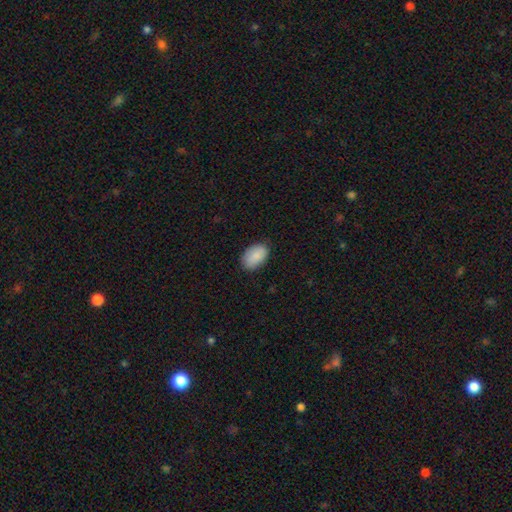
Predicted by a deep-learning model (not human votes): This appears to be a smooth galaxy with no disk features (89%) that is in between round and cigar-shaped (91%). Merging: none (83%).